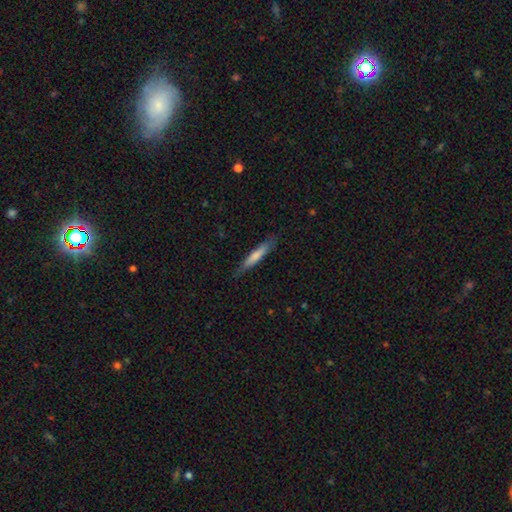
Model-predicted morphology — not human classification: smooth-or-featured: smooth: 71% | featured or disk: 24% | star or artifact: 5%
  how-rounded: cigar-shaped: 91% | in between: 8% | round: 1%
  merging: none: 82% | minor disturbance: 15% | major disturbance: 3% | merger: 1%